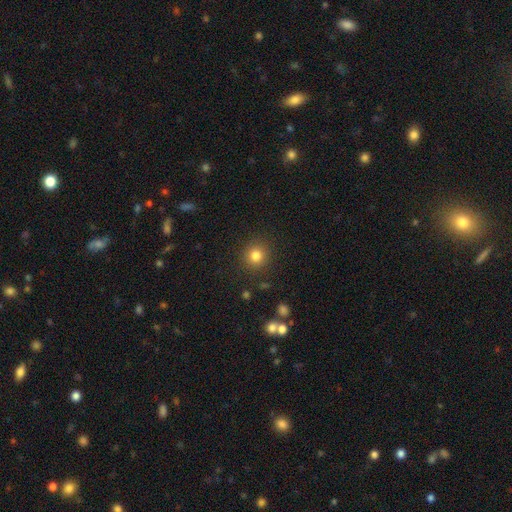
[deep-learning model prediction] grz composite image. It shows a smooth galaxy with no disk features (81%) that is round (92%). Merging: none (89%).